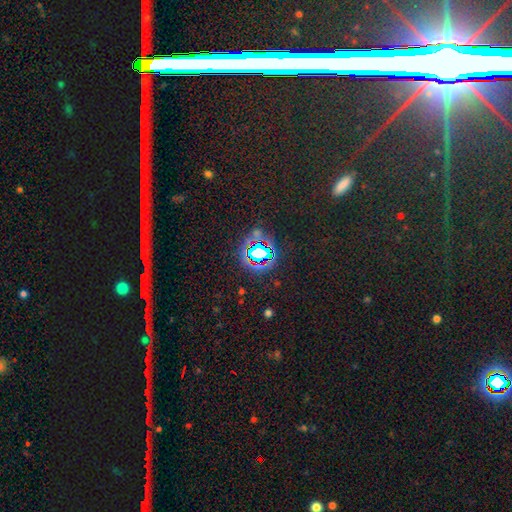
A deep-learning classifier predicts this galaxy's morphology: Smooth or featured? star or artifact (70%)